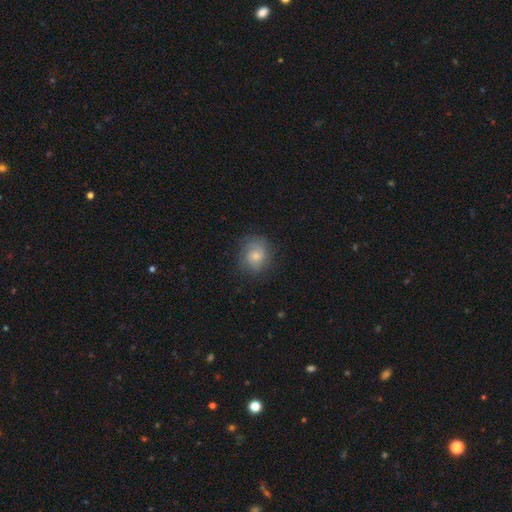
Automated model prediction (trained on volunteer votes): featured or disk 51%, smooth 40%, star or artifact 9%. Down the decision tree: edge-on disk — no (97%); merging — none (72%).